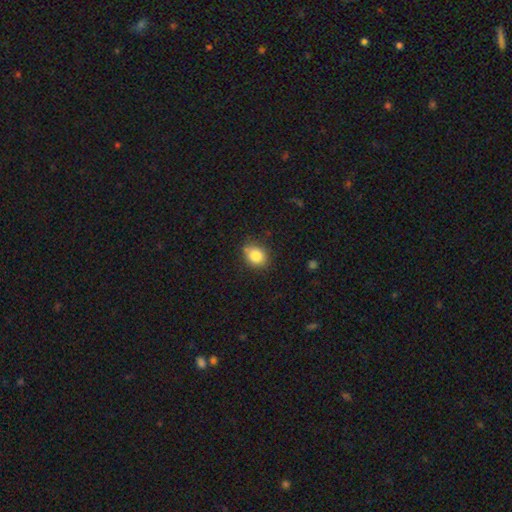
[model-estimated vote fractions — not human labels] A smooth galaxy with no disk features (83%) that is round (53%).

Vote fractions:
- Smooth or featured? smooth: 83% / star or artifact: 10% / featured or disk: 7%
- How rounded? round: 53% / in between: 45% / cigar-shaped: 1%
- Merging? none: 78% / minor disturbance: 17% / major disturbance: 3% / merger: 2%